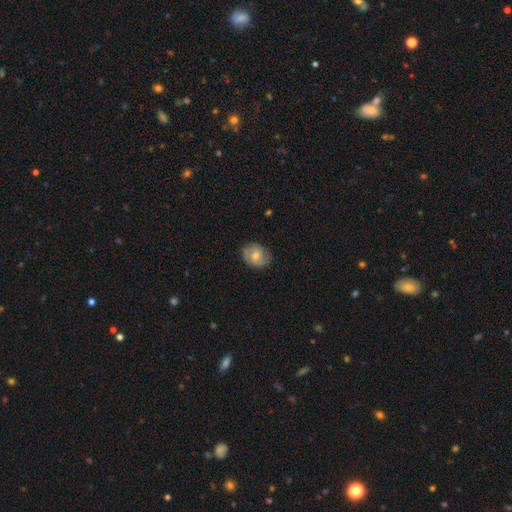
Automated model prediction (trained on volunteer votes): smooth_or_featured: featured or disk (p=0.58) [alt: smooth p=0.35]
disk_edge_on: no (p=0.97) [alt: yes p=0.03]
bar: no (p=0.53) [alt: weak p=0.40]
has_spiral_arms: yes (p=0.87) [alt: no p=0.13]
bulge_size: moderate (p=0.55) [alt: small p=0.36]
merging: none (p=0.75) [alt: minor disturbance p=0.18]